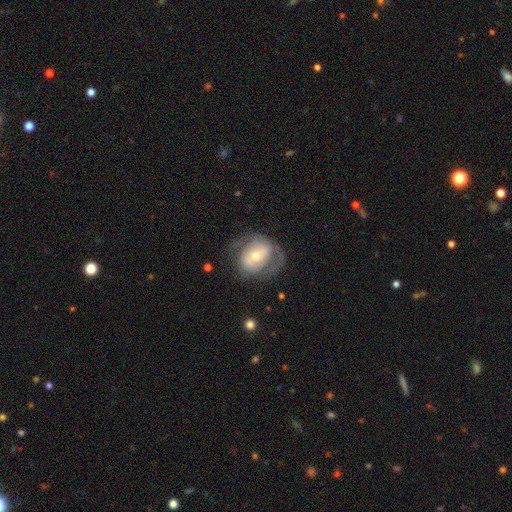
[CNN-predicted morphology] Smooth or featured? Predicted: featured or disk (p=0.69). Edge-on disk? Predicted: no (p=0.96). Bar? Predicted: no (p=0.50). Spiral arms? Predicted: yes (p=0.75). Spiral winding? Predicted: medium (p=0.42). Spiral arm count? Predicted: 2 (p=0.67). Bulge size? Predicted: moderate (p=0.54). Merging? Predicted: none (p=0.55).